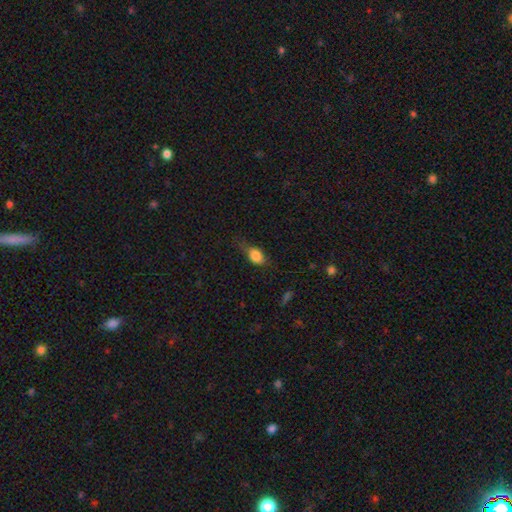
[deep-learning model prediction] A smooth galaxy with no disk features (80%) that is in between round and cigar-shaped (77%).

Vote fractions:
- Smooth or featured? smooth: 80% / featured or disk: 12% / star or artifact: 9%
- How rounded? in between: 77% / round: 17% / cigar-shaped: 6%
- Merging? none: 45% / minor disturbance: 35% / major disturbance: 18% / merger: 2%